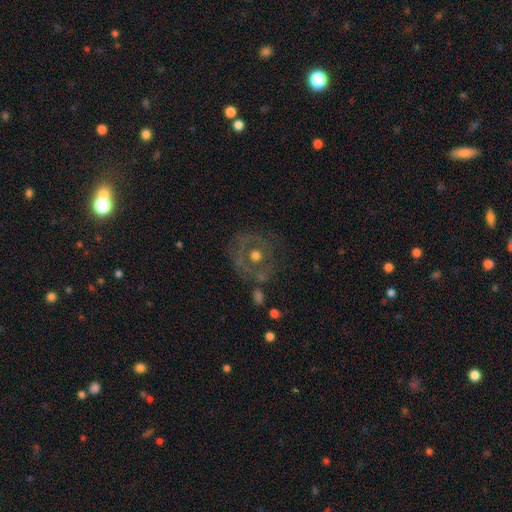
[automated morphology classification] Smooth or featured: featured or disk — 55% (smooth — 35%)
Edge-on disk: no — 96% (yes — 4%)
Bar: no — 89% (weak — 9%)
Spiral arms: no — 78% (yes — 22%)
Bulge size: moderate — 75% (small — 11%)
Merging: none — 66% (minor disturbance — 17%)